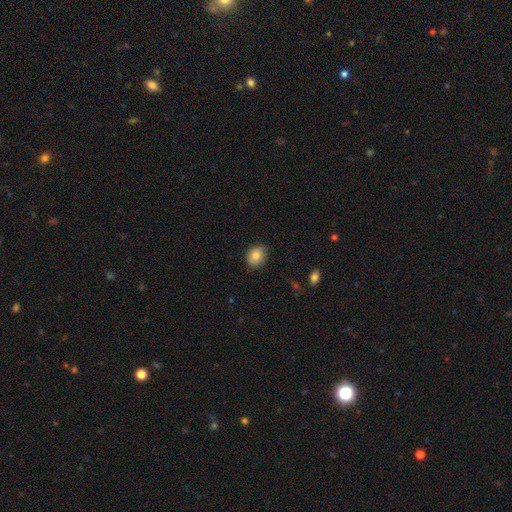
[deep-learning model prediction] Smooth or featured?
  - smooth: 84% *
  - star or artifact: 8%
  - featured or disk: 8%
How rounded?
  - round: 50% *
  - in between: 49%
  - cigar-shaped: 1%
Merging?
  - none: 81% *
  - minor disturbance: 16%
  - major disturbance: 3%
  - merger: 1%